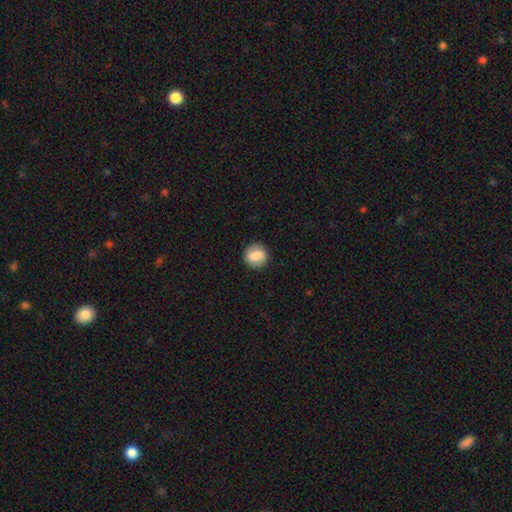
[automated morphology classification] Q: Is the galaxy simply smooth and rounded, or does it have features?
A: smooth — 83%.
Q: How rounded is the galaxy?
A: round — 88%.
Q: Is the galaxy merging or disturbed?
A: none — 87%.